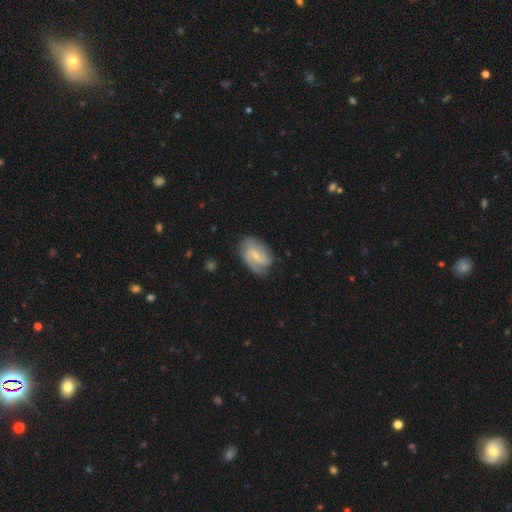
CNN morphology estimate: smooth_or_featured: featured or disk (p=0.79) [alt: smooth p=0.16]
disk_edge_on: no (p=0.97) [alt: yes p=0.03]
bar: weak (p=0.52) [alt: no p=0.36]
has_spiral_arms: yes (p=0.95) [alt: no p=0.05]
spiral_winding: medium (p=0.45) [alt: tight p=0.38]
spiral_arm_count: 2 (p=0.59) [alt: can't tell p=0.15]
bulge_size: small (p=0.65) [alt: moderate p=0.28]
merging: none (p=0.72) [alt: minor disturbance p=0.20]